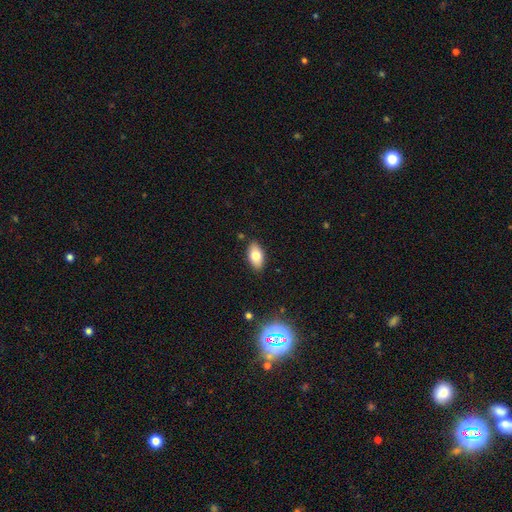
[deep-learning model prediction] Morphology: type=smooth (75%); roundness=in between (91%); merging=none (87%).